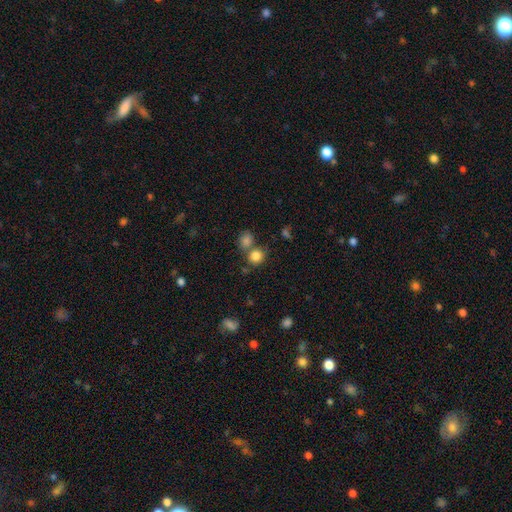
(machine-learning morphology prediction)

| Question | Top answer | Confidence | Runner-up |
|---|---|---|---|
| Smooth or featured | smooth | 83% | star or artifact (12%) |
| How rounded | round | 82% | in between (17%) |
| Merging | none | 57% | merger (30%) |